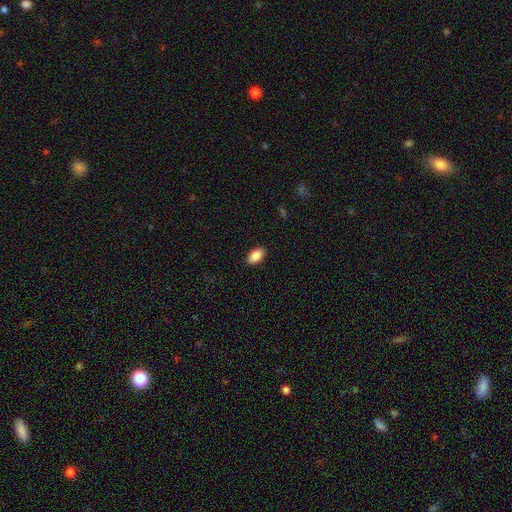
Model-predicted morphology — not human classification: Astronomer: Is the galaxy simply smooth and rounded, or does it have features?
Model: smooth — 88%.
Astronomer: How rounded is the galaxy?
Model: in between — 93%.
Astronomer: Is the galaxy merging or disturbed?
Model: none — 89%.